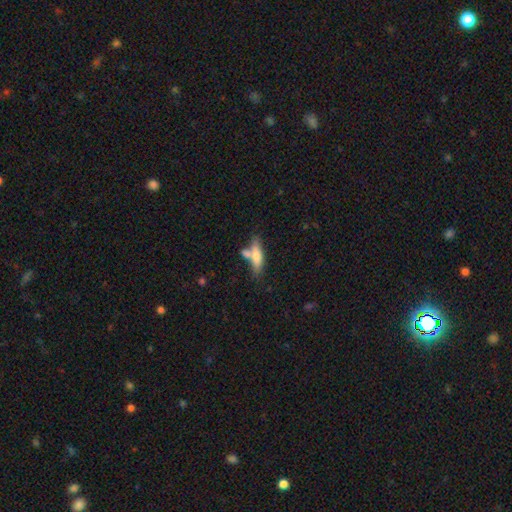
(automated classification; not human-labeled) A smooth galaxy with no disk features (64%) that is cigar-shaped (61%).

Vote fractions:
- Smooth or featured? smooth: 64% / featured or disk: 28% / star or artifact: 7%
- How rounded? cigar-shaped: 61% / in between: 36% / round: 3%
- Merging? none: 47% / merger: 33% / minor disturbance: 14% / major disturbance: 6%